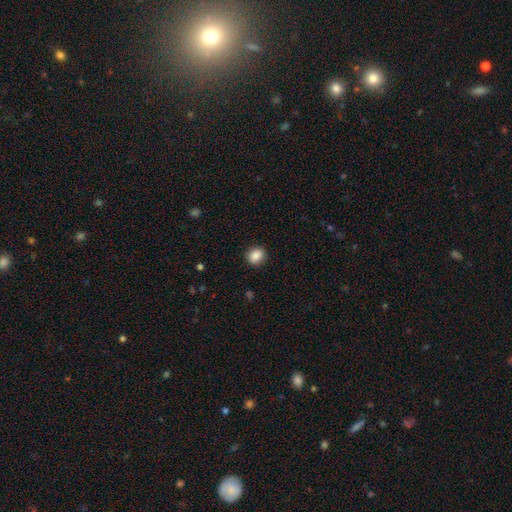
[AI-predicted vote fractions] smooth-or-featured: smooth: 87% | star or artifact: 9% | featured or disk: 4%
  how-rounded: round: 69% | in between: 30% | cigar-shaped: 1%
  merging: none: 89% | minor disturbance: 8% | major disturbance: 2% | merger: 1%